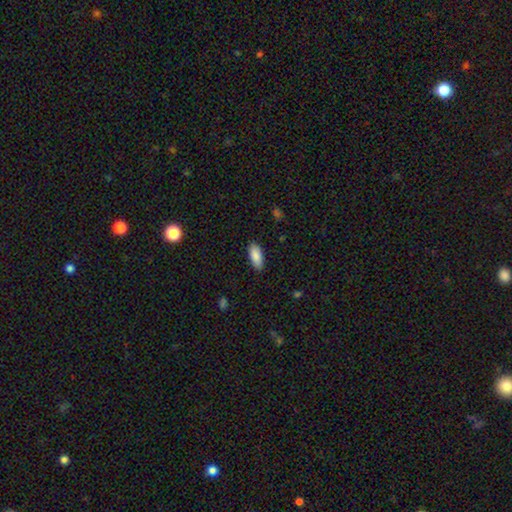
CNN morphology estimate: type=smooth (88%); roundness=in between (85%); merging=none (87%).